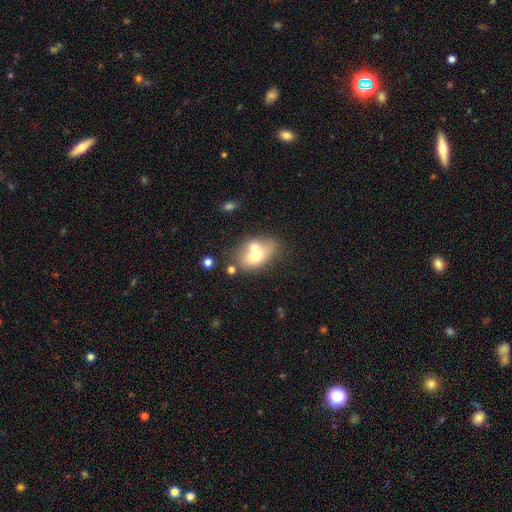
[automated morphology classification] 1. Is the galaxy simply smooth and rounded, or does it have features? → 64% smooth, 26% featured or disk, 10% star or artifact.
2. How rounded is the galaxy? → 74% in between, 24% round, 2% cigar-shaped.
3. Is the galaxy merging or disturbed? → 45% merger, 36% none, 13% minor disturbance, 6% major disturbance.